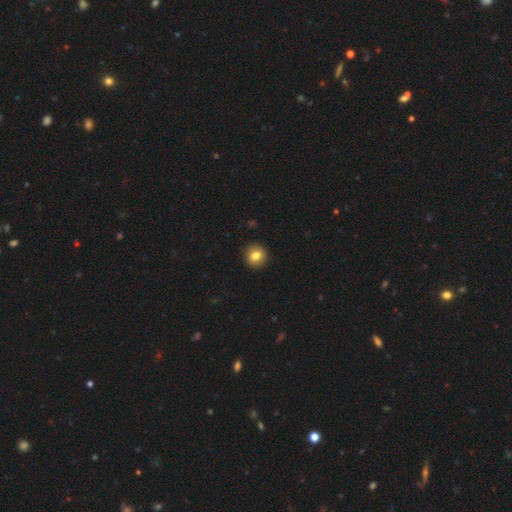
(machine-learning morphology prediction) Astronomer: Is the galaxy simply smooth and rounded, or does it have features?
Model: smooth — 82%.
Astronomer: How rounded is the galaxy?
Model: round — 87%.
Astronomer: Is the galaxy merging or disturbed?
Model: none — 92%.